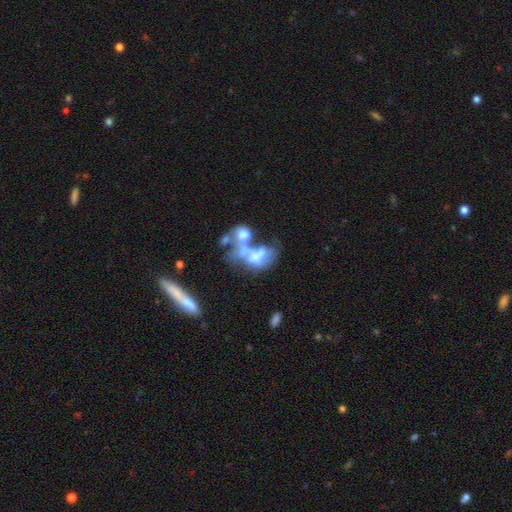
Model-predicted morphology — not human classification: Smooth or featured? featured or disk (51%)
Edge-on disk? no (94%)
Merging? merger (59%)